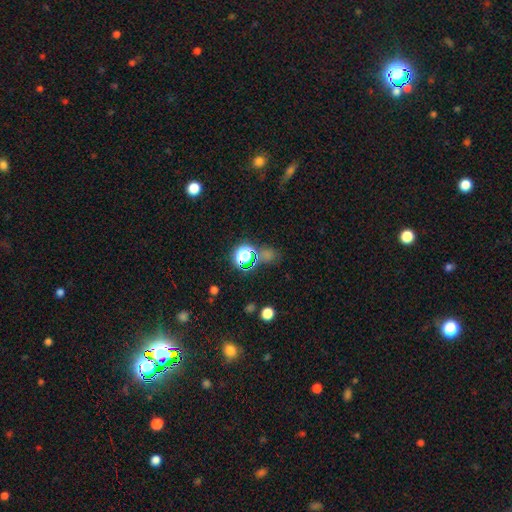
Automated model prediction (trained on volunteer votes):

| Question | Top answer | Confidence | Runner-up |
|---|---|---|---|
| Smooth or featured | star or artifact | 71% | smooth (19%) |